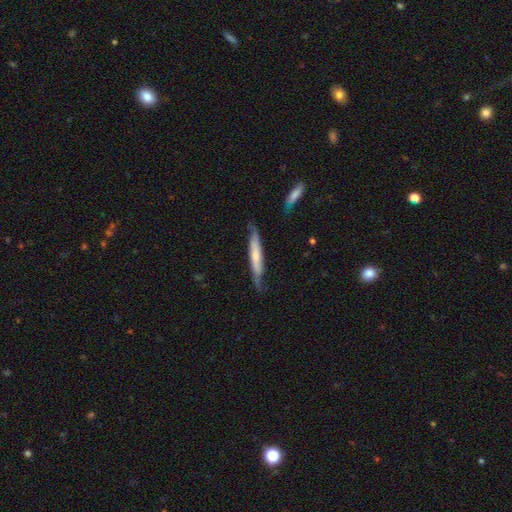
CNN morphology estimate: This appears to be a featured or disk galaxy (50%) viewed edge-on (71%). Merging: none (70%).